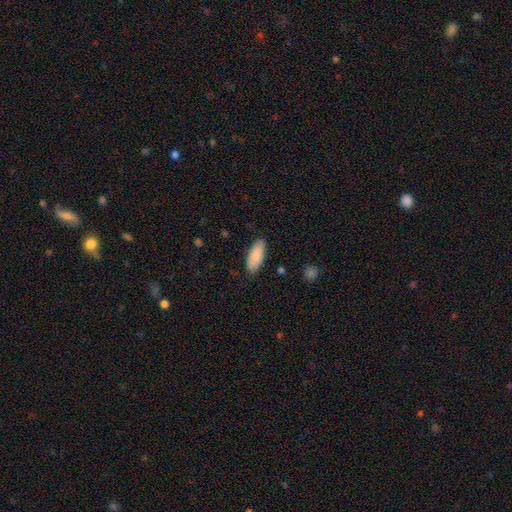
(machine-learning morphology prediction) smooth_or_featured: smooth (p=0.84) [alt: featured or disk p=0.10]
how_rounded: in between (p=0.85) [alt: cigar-shaped p=0.13]
merging: none (p=0.84) [alt: minor disturbance p=0.12]